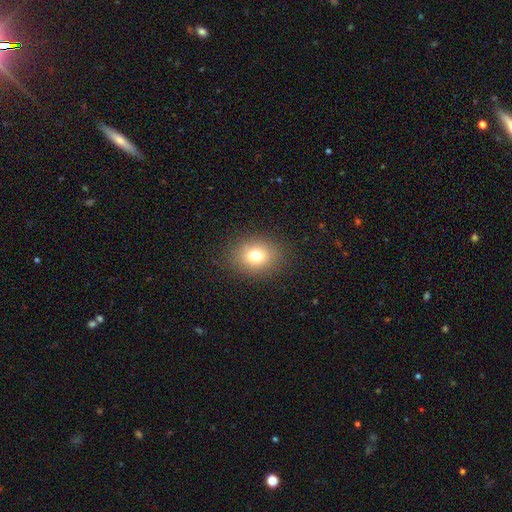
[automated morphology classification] Overall: smooth (75%). How rounded: round (52%; in between 47%). Merging: none (87%).